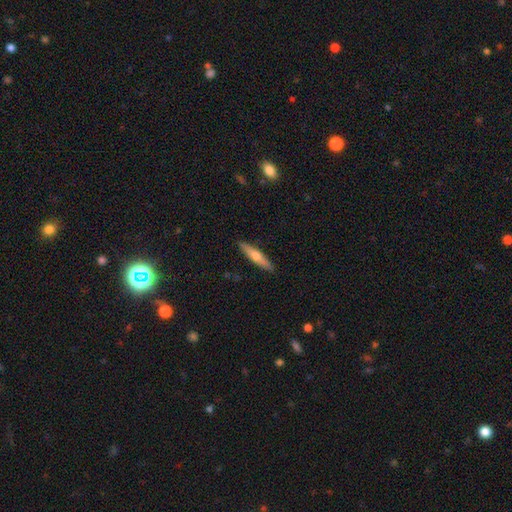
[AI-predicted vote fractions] A smooth galaxy with no disk features (48%). Merging: none (90%).